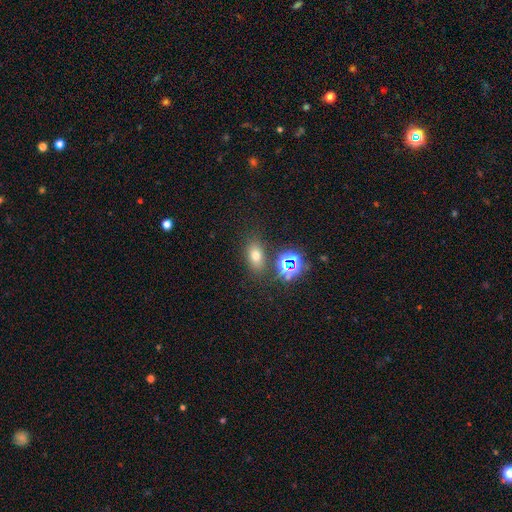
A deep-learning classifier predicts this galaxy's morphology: Overall: smooth (63%; star or artifact 25%). How rounded: in between (75%). Merging: none (79%).